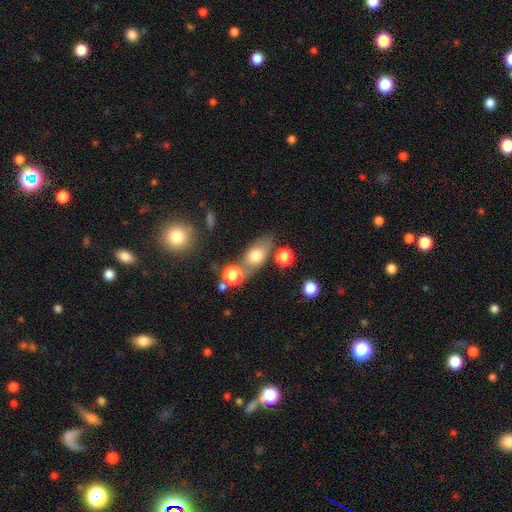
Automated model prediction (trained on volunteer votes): A smooth galaxy with no disk features (64%) that is in between round and cigar-shaped (71%). Merging: none (59%).